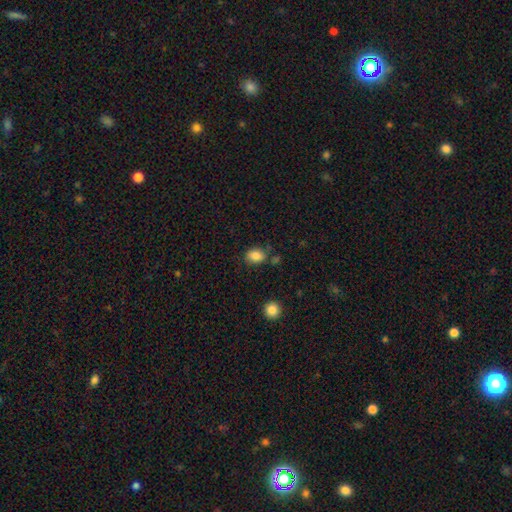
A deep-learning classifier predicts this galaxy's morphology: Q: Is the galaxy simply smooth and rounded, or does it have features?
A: smooth — 85%.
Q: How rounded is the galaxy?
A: in between — 63%.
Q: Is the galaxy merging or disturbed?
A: none — 71%.